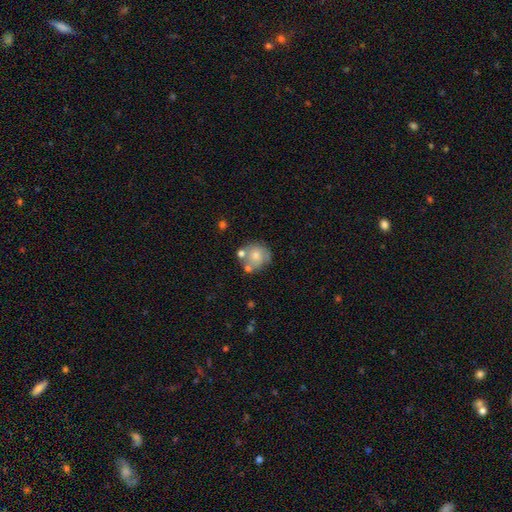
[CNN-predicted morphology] Smooth or featured: smooth — 67% (featured or disk — 24%)
How rounded: round — 82% (in between — 17%)
Merging: none — 53% (merger — 22%)